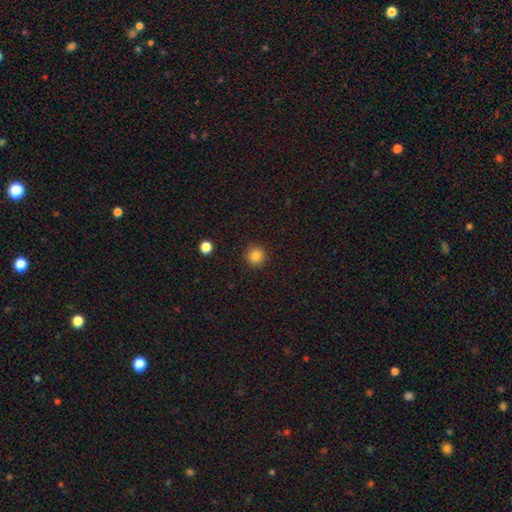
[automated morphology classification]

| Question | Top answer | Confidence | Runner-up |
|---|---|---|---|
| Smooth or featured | smooth | 84% | star or artifact (12%) |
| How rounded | round | 95% | in between (4%) |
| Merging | none | 92% | minor disturbance (5%) |